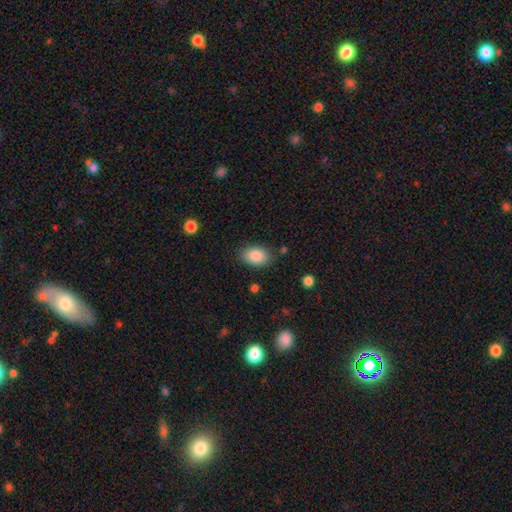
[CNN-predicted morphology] Q: Smooth or featured?
A: smooth (87%); runner-up: star or artifact (7%)
Q: How rounded?
A: in between (86%); runner-up: round (13%)
Q: Merging?
A: none (82%); runner-up: minor disturbance (13%)